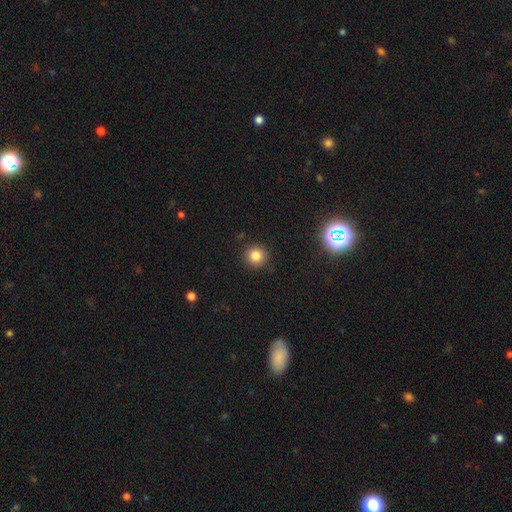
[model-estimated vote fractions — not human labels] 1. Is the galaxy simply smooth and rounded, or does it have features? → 82% smooth, 12% star or artifact, 5% featured or disk.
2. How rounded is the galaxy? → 93% round, 6% in between, 1% cigar-shaped.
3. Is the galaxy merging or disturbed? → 91% none, 6% minor disturbance, 2% major disturbance, 1% merger.